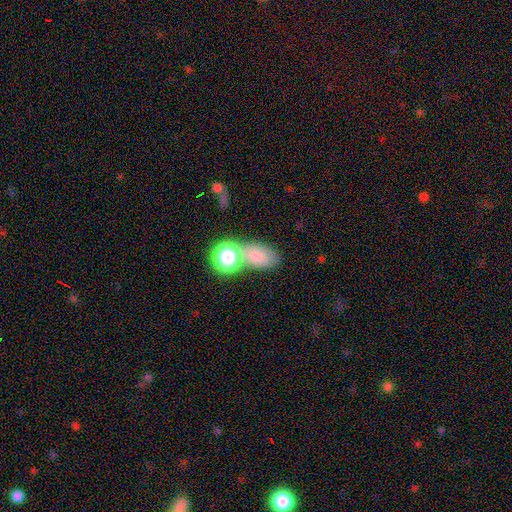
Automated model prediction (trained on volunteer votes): A smooth galaxy with no disk features (74%) that is in between round and cigar-shaped (80%). Merging: none (49%).